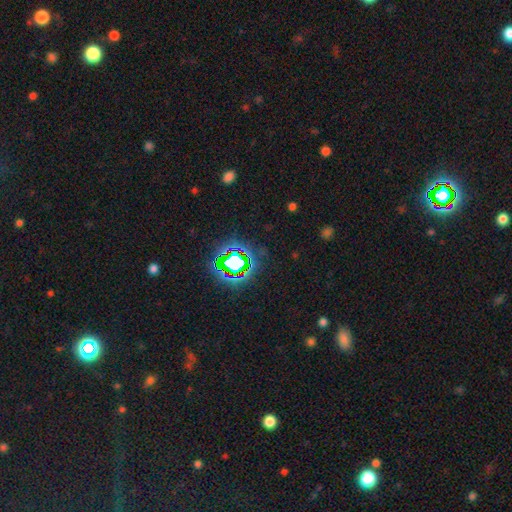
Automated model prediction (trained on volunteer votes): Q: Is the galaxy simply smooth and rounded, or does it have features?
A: star or artifact — 78%.